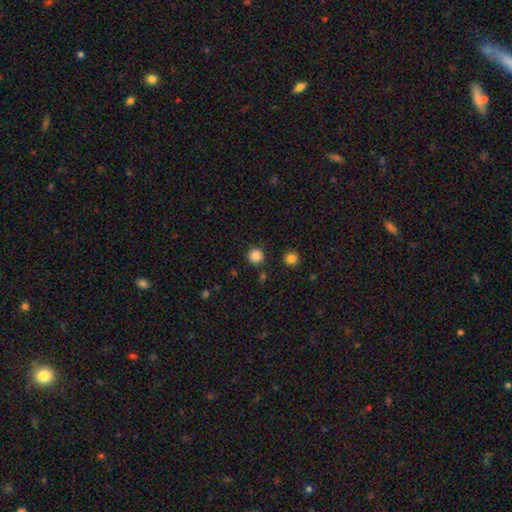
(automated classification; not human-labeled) This is clearly a smooth galaxy (85%). How rounded: clearly round (95%). Merging: clearly none (90%).